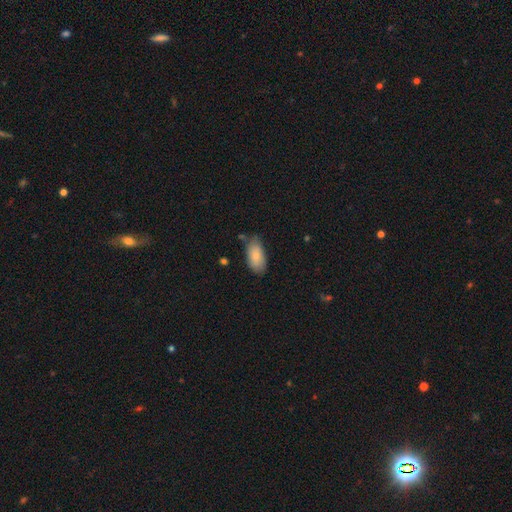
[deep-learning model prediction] Overall: smooth (81%). How rounded: in between (92%). Merging: none (68%).